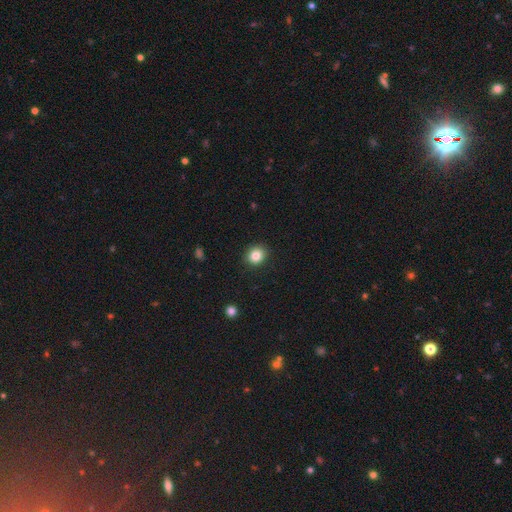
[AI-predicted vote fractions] smooth-or-featured: smooth: 84% | star or artifact: 10% | featured or disk: 6%
  how-rounded: round: 75% | in between: 24% | cigar-shaped: 1%
  merging: none: 90% | minor disturbance: 7% | major disturbance: 2% | merger: 1%